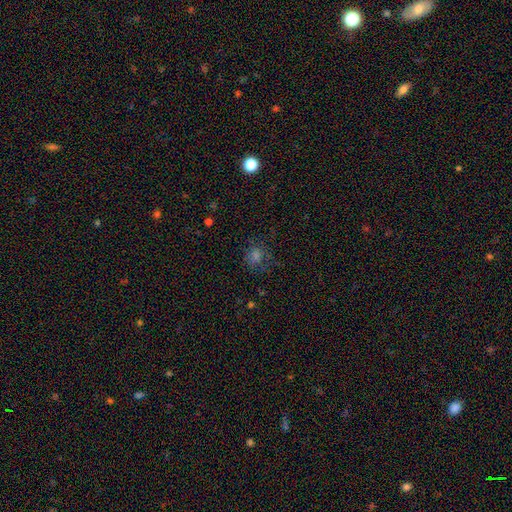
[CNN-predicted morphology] This is possibly a smooth galaxy (53%). How rounded: likely round (74%). Merging: likely none (66%).